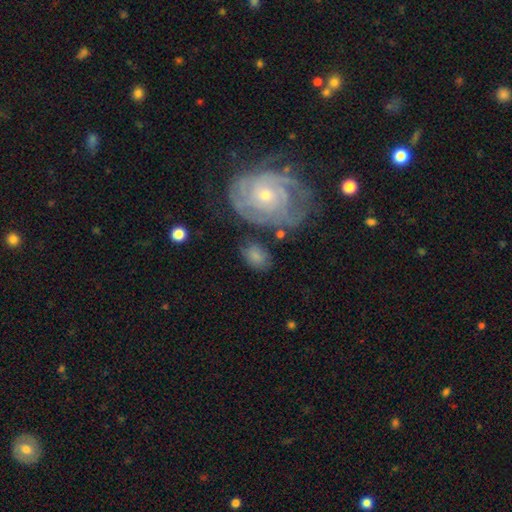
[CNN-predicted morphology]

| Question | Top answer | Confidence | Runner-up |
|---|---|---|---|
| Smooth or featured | smooth | 68% | featured or disk (23%) |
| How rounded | in between | 80% | round (18%) |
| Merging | none | 60% | minor disturbance (21%) |